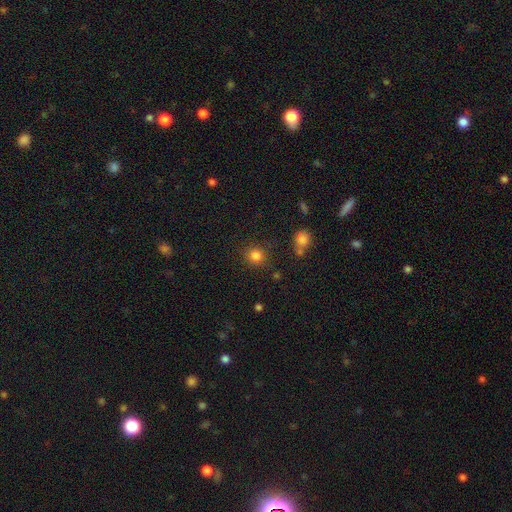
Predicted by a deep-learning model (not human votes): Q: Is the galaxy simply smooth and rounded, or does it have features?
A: smooth — 83%.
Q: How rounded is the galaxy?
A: round — 90%.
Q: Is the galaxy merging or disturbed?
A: none — 85%.